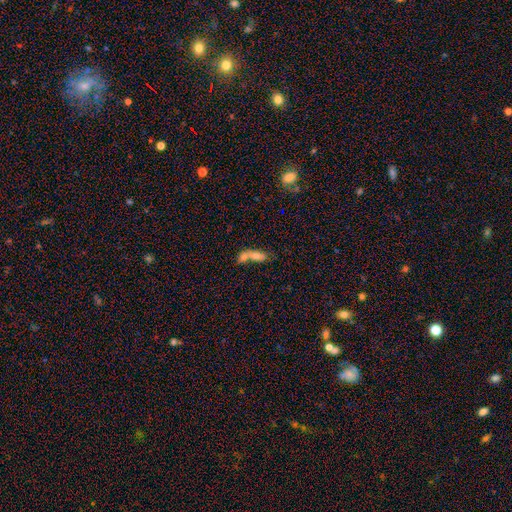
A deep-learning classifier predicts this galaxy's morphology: smooth-or-featured: smooth: 67% | featured or disk: 23% | star or artifact: 10%
  how-rounded: in between: 68% | cigar-shaped: 25% | round: 7%
  merging: merger: 72% | none: 17% | minor disturbance: 6% | major disturbance: 5%